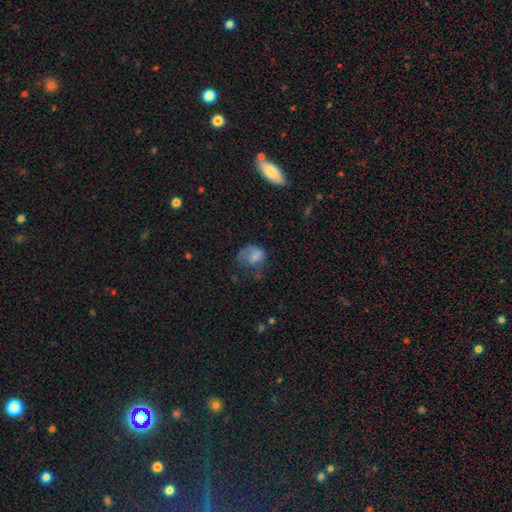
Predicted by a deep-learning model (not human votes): Smooth or featured: smooth — 60% (featured or disk — 29%)
How rounded: in between — 57% (round — 41%)
Merging: major disturbance — 44% (none — 26%)